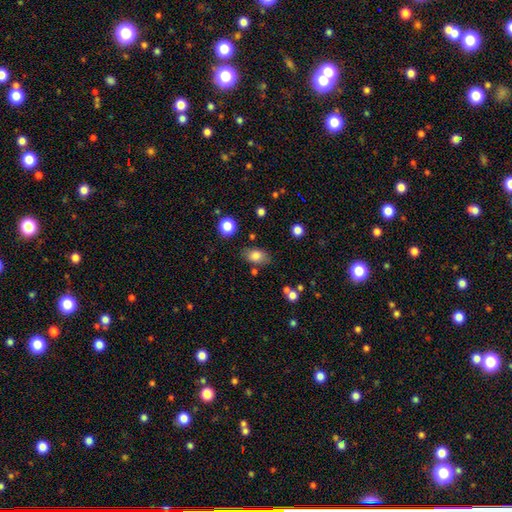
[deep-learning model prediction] Smooth or featured: smooth — 81% (star or artifact — 10%)
How rounded: in between — 85% (round — 14%)
Merging: none — 75% (minor disturbance — 15%)